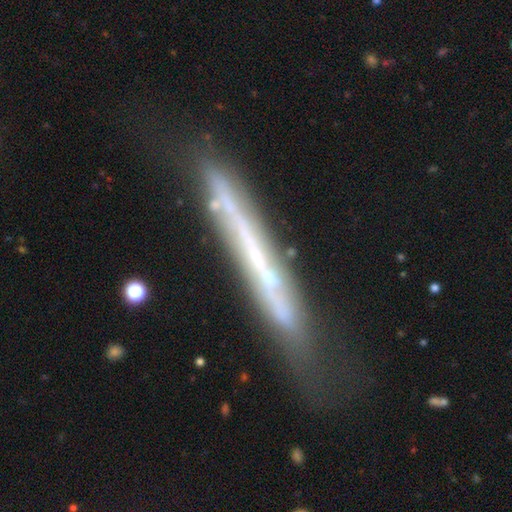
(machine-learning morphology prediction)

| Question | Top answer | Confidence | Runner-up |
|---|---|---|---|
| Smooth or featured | featured or disk | 70% | smooth (23%) |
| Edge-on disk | yes | 86% | no (14%) |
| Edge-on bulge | none | 86% | rounded (9%) |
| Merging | none | 66% | minor disturbance (23%) |